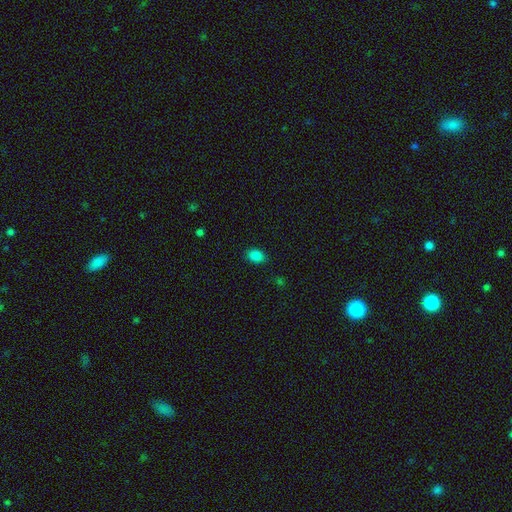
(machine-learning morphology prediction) A smooth galaxy with no disk features (85%) that is in between round and cigar-shaped (75%). Merging: none (87%).